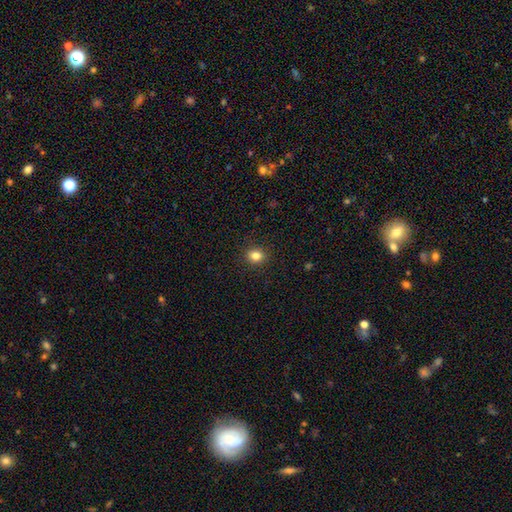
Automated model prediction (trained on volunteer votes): smooth 83%, star or artifact 12%, featured or disk 5%. Down the decision tree: how rounded — round (69%); merging — none (90%).